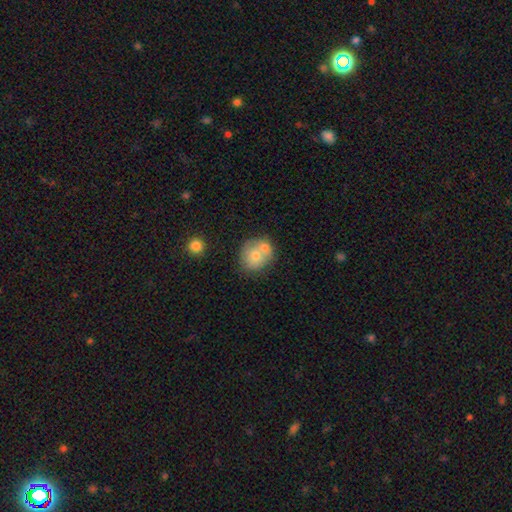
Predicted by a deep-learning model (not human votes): A smooth galaxy with no disk features (68%) that is round (76%). Merging: merger (47%).